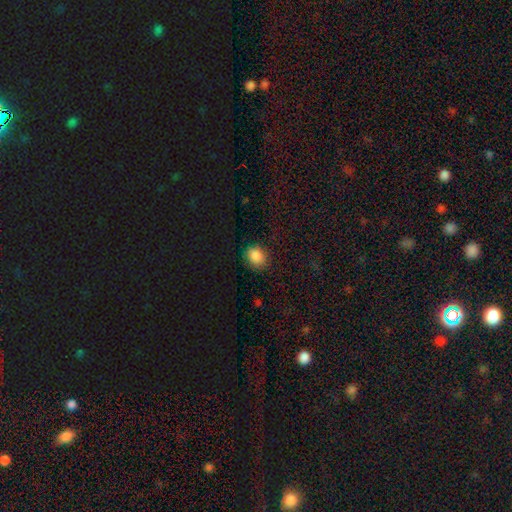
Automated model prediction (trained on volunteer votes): Overall: smooth (86%). How rounded: round (54%; in between 45%). Merging: none (82%).